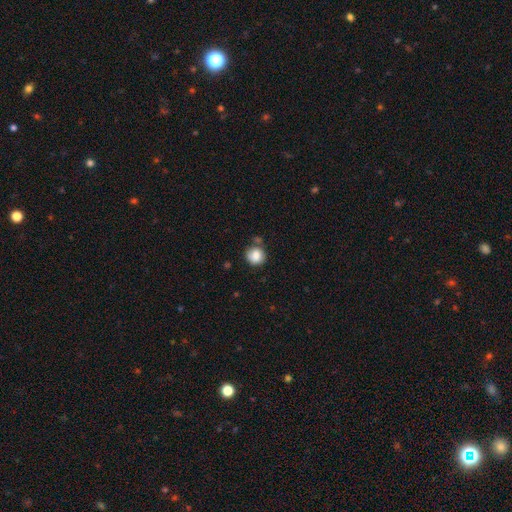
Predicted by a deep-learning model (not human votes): This is clearly a smooth galaxy (85%). How rounded: clearly round (89%). Merging: likely none (70%).